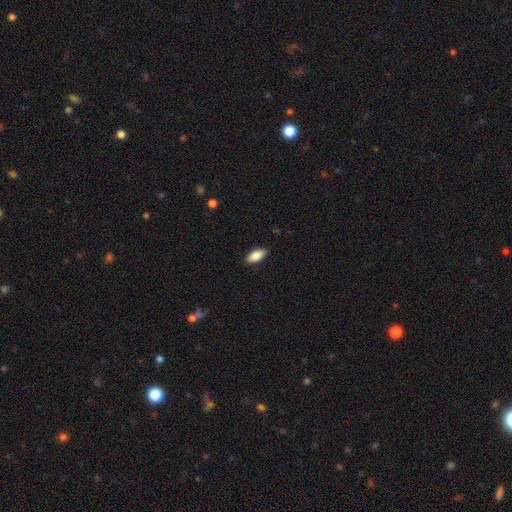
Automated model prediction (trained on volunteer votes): Q: Smooth or featured?
A: smooth (86%); runner-up: featured or disk (7%)
Q: How rounded?
A: in between (88%); runner-up: cigar-shaped (9%)
Q: Merging?
A: none (88%); runner-up: minor disturbance (9%)